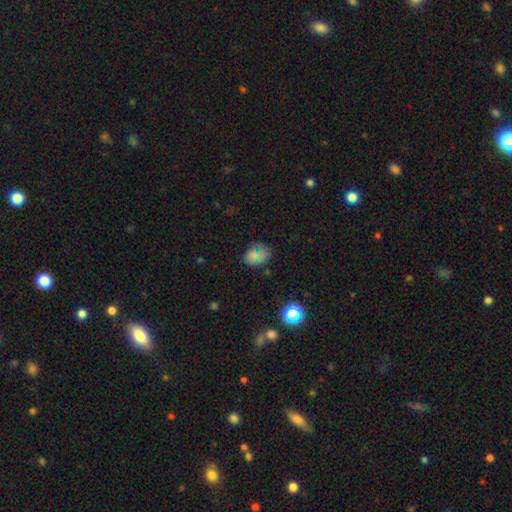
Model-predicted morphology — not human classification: A smooth galaxy with no disk features (65%) that is in between round and cigar-shaped (58%).

Vote fractions:
- Smooth or featured? smooth: 65% / star or artifact: 25% / featured or disk: 10%
- How rounded? in between: 58% / round: 40% / cigar-shaped: 2%
- Merging? none: 74% / minor disturbance: 17% / major disturbance: 6% / merger: 3%